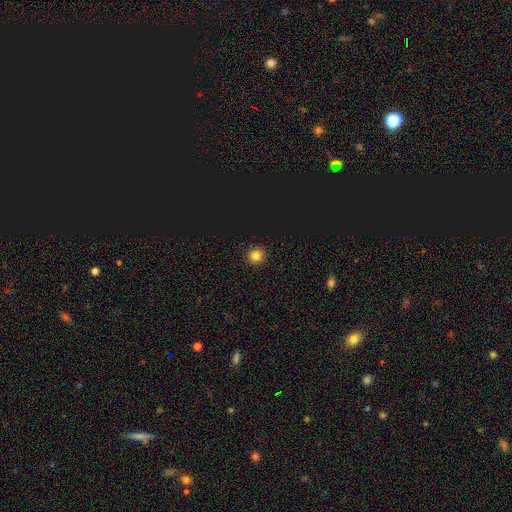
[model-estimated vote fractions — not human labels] Overall: smooth (80%). How rounded: round (94%). Merging: none (92%).